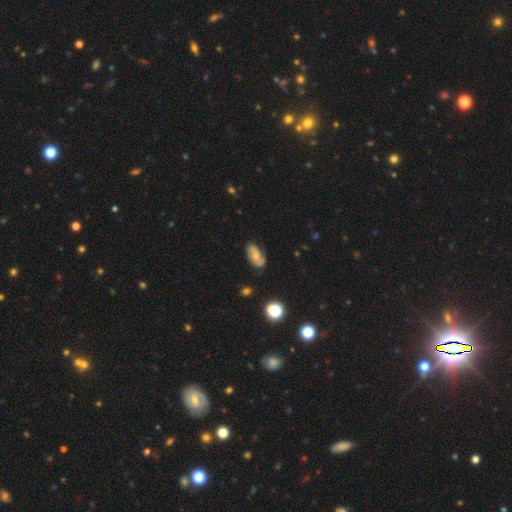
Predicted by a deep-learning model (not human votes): Q: Smooth or featured?
A: featured or disk (52%); runner-up: smooth (39%)
Q: Edge-on disk?
A: no (94%); runner-up: yes (6%)
Q: Merging?
A: none (71%); runner-up: minor disturbance (21%)